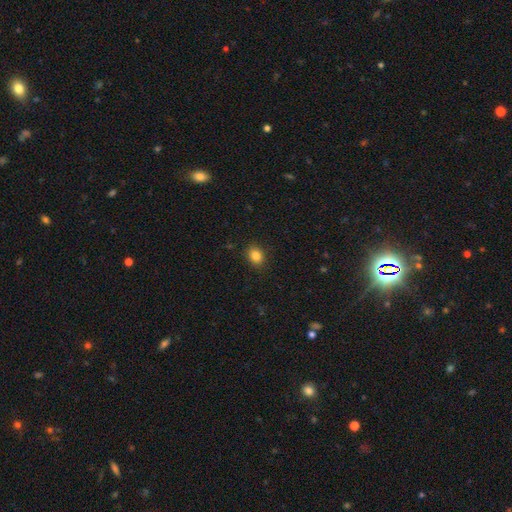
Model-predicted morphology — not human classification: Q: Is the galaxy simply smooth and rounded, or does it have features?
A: smooth — 85%.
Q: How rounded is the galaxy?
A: in between — 53%.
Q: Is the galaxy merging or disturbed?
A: none — 88%.